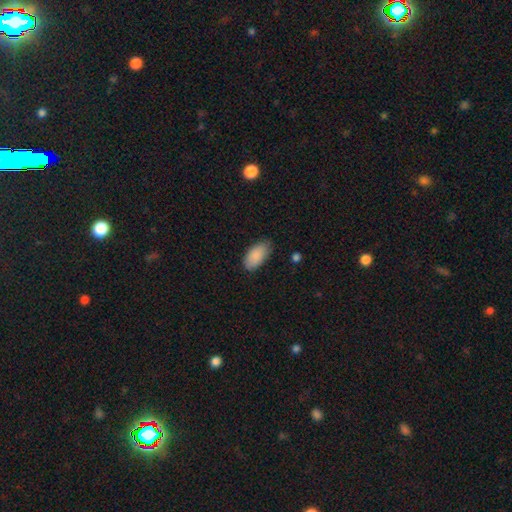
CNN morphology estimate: This is clearly a smooth galaxy (89%). How rounded: clearly in between (95%). Merging: likely none (76%).